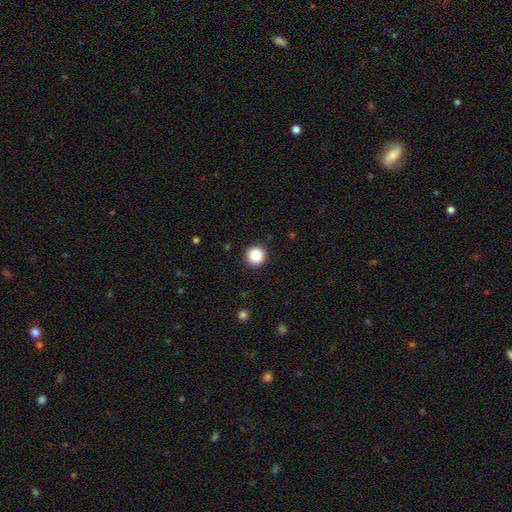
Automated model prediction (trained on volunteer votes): A smooth galaxy with no disk features (87%) that is round (96%). Merging: none (92%).